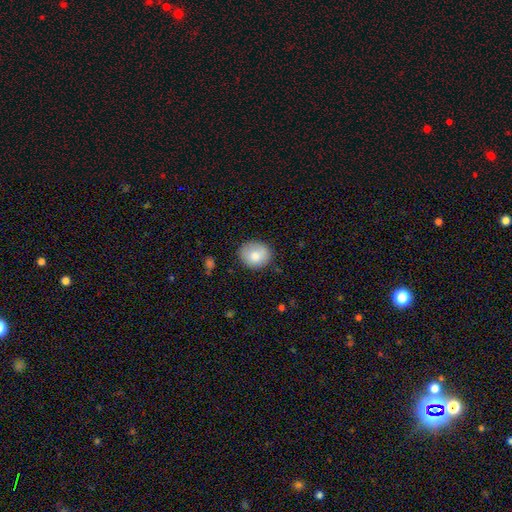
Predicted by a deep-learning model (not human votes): Smooth or featured: smooth — 81% (featured or disk — 12%)
How rounded: round — 67% (in between — 32%)
Merging: none — 79% (minor disturbance — 16%)